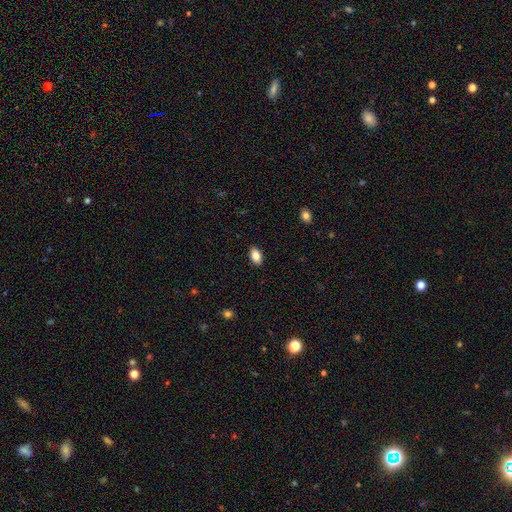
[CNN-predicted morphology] Smooth or featured? smooth (85%)
How rounded? in between (92%)
Merging? none (90%)